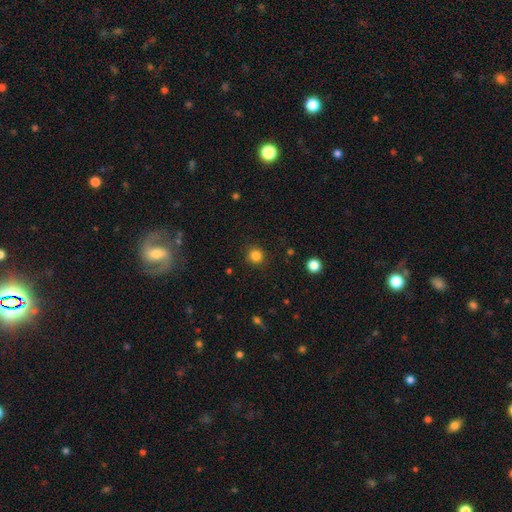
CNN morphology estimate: This appears to be a smooth galaxy with no disk features (84%) that is round (94%). Merging: none (90%).